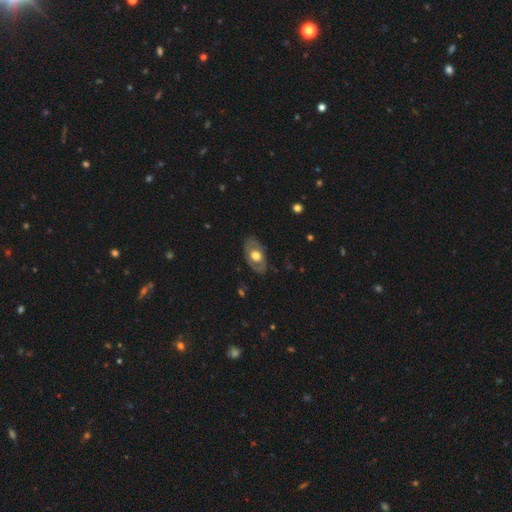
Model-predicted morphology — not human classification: This is possibly a featured or disk galaxy (54%). It is clearly not viewed edge-on (89%). Merging: likely none (78%).